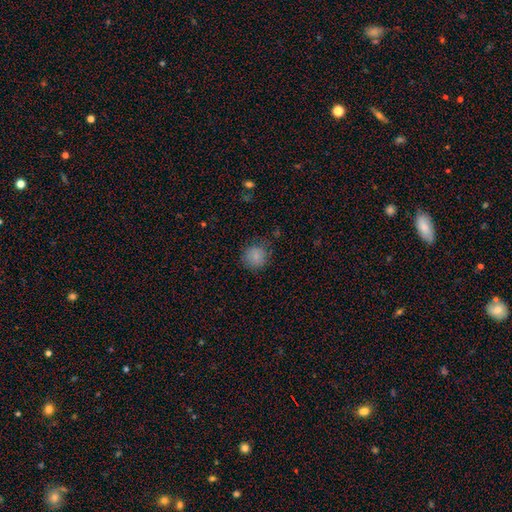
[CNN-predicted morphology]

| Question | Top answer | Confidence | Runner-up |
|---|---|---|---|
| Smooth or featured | smooth | 84% | star or artifact (10%) |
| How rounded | round | 89% | in between (10%) |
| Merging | none | 79% | minor disturbance (15%) |